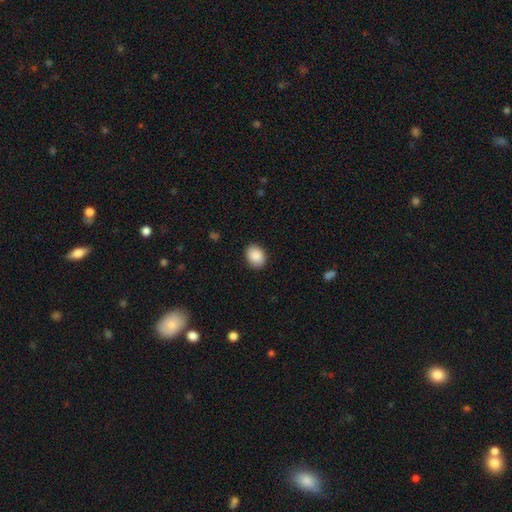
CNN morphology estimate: This appears to be a smooth galaxy with no disk features (88%) that is in between round and cigar-shaped (57%). Merging: none (88%).